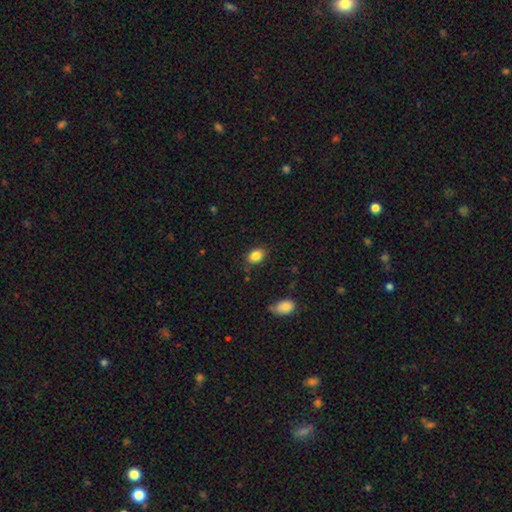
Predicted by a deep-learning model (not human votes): A smooth galaxy with no disk features (85%) that is in between round and cigar-shaped (74%).

Vote fractions:
- Smooth or featured? smooth: 85% / star or artifact: 9% / featured or disk: 6%
- How rounded? in between: 74% / round: 25% / cigar-shaped: 1%
- Merging? none: 81% / minor disturbance: 14% / major disturbance: 3% / merger: 2%